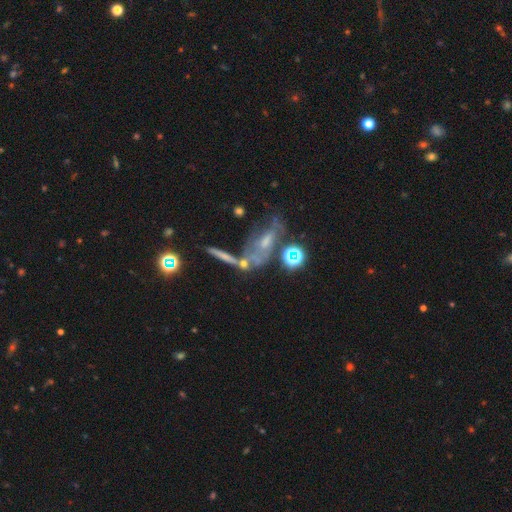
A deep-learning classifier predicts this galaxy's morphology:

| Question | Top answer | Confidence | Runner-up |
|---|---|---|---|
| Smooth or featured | featured or disk | 48% | star or artifact (26%) |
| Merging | merger | 32% | tied: none (32%) |